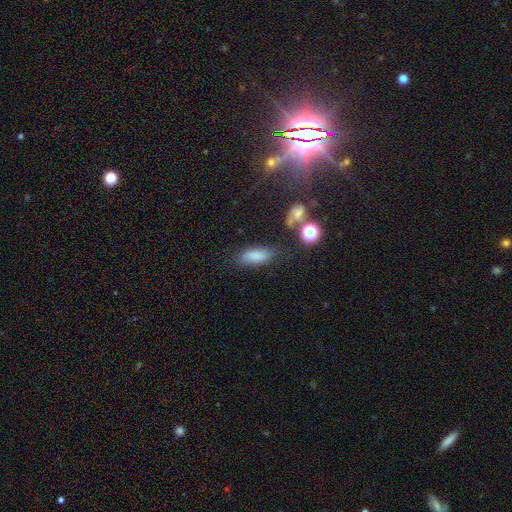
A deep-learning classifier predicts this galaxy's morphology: Smooth or featured: smooth — 80% (star or artifact — 11%)
How rounded: in between — 69% (cigar-shaped — 27%)
Merging: none — 73% (minor disturbance — 17%)